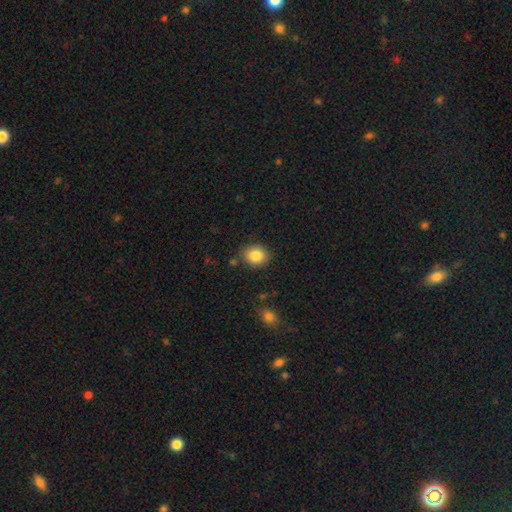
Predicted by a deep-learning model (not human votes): Morphology: type=smooth (85%); roundness=round (61%); merging=none (85%).